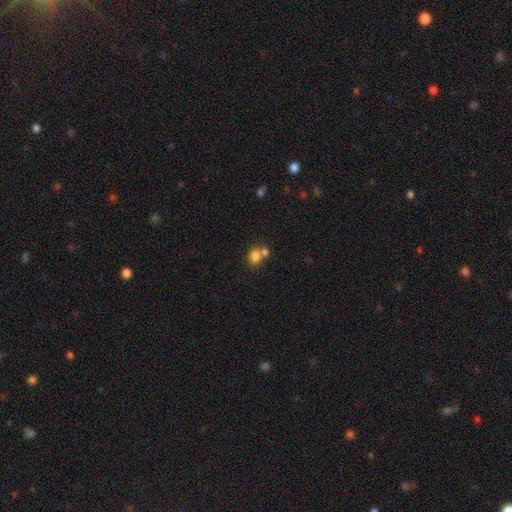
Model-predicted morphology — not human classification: Smooth or featured: smooth — 81% (star or artifact — 11%)
How rounded: round — 57% (in between — 42%)
Merging: none — 48% (merger — 40%)